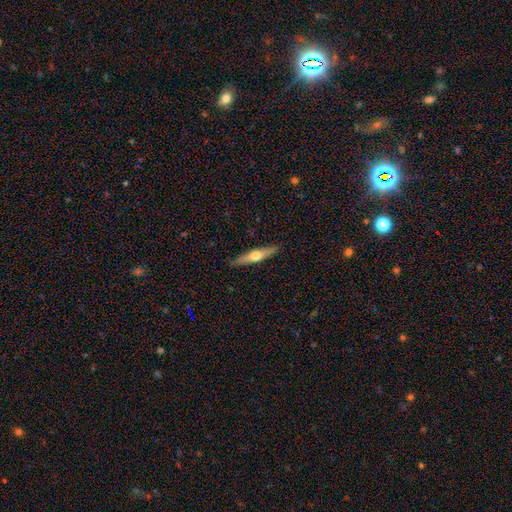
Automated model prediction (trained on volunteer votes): This appears to be a featured or disk galaxy (56%) viewed edge-on (94%) with a rounded central bulge (93%). Merging: none (89%).